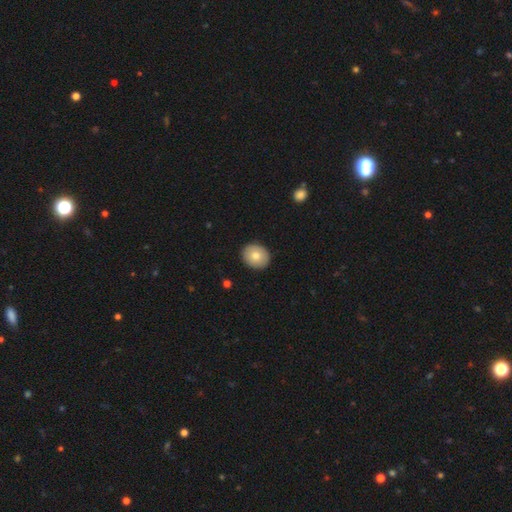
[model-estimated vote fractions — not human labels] This is likely a smooth galaxy (76%). How rounded: likely round (61%). Merging: clearly none (90%).